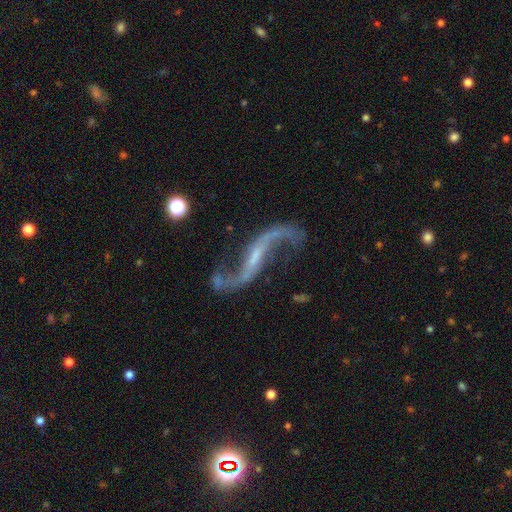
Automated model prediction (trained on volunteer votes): Smooth or featured? Predicted: featured or disk (p=0.91). Edge-on disk? Predicted: no (p=0.93). Bar? Predicted: weak (p=0.40). Spiral arms? Predicted: yes (p=0.96). Spiral winding? Predicted: loose (p=0.92). Spiral arm count? Predicted: 2 (p=0.94). Bulge size? Predicted: small (p=0.61). Merging? Predicted: none (p=0.68).